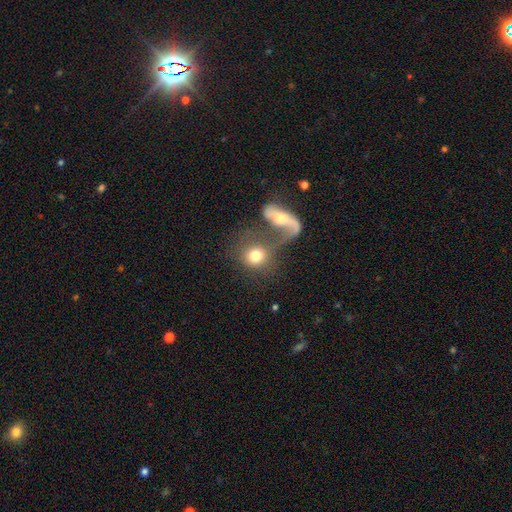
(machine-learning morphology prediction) smooth-or-featured: smooth: 67% | featured or disk: 25% | star or artifact: 9%
  how-rounded: round: 74% | in between: 24% | cigar-shaped: 2%
  merging: merger: 56% | none: 25% | major disturbance: 11% | minor disturbance: 8%